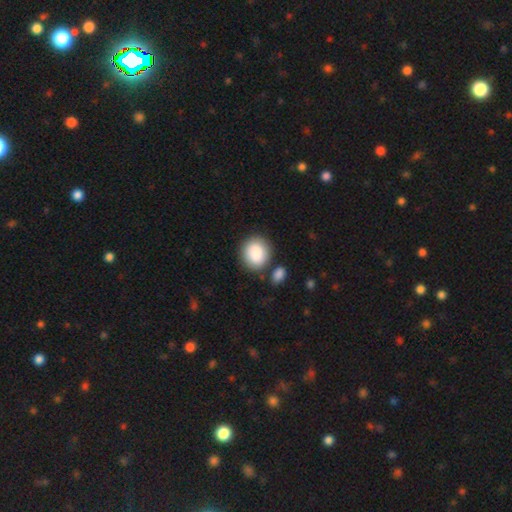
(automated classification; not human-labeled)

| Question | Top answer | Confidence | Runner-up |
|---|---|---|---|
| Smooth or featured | smooth | 88% | star or artifact (7%) |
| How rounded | round | 73% | in between (26%) |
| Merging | none | 74% | merger (12%) |